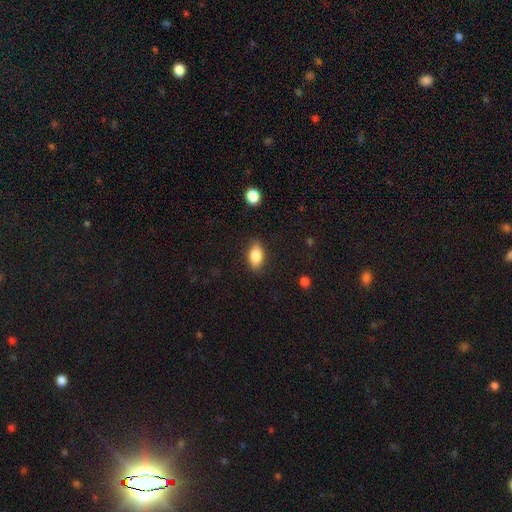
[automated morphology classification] Overall: smooth (80%). How rounded: in between (86%). Merging: none (83%).